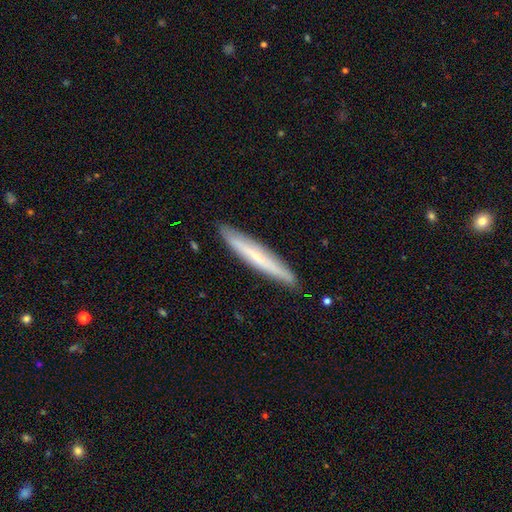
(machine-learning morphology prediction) A smooth galaxy with no disk features (48%).

Vote fractions:
- Smooth or featured? smooth: 48% / featured or disk: 46% / star or artifact: 6%
- Merging? none: 89% / minor disturbance: 9% / major disturbance: 1% / merger: 1%